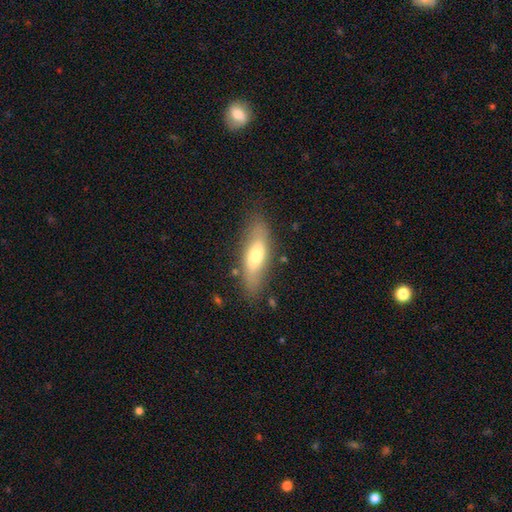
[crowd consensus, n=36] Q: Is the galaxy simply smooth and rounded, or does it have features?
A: smooth — 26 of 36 (72%).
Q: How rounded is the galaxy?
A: cigar-shaped — 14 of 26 (54%).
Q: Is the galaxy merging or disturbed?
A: none — 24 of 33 (73%).